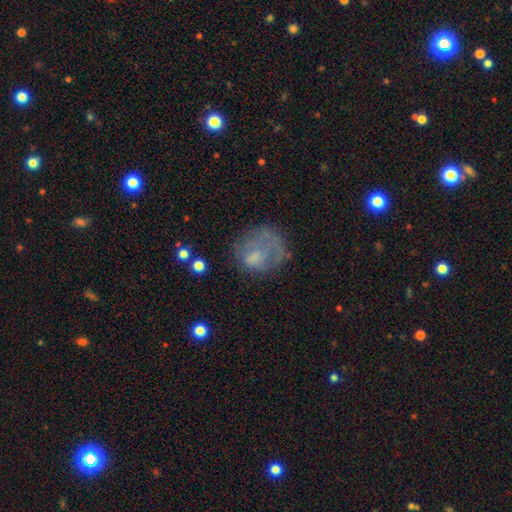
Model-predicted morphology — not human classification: This is possibly a smooth galaxy (53%). How rounded: likely round (64%). Merging: marginally none (40%).